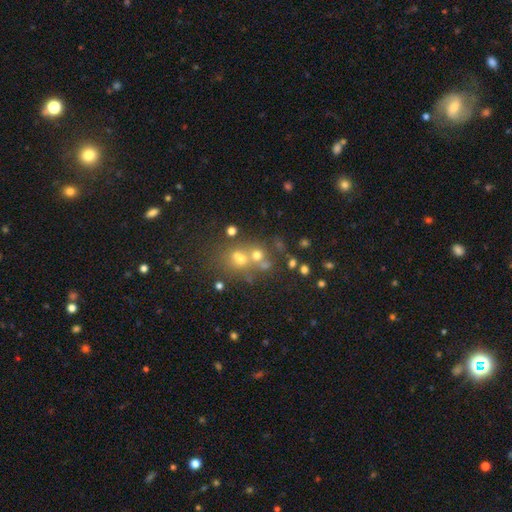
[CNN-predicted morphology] This is possibly a smooth galaxy (49%). Merging: marginally none (44%).